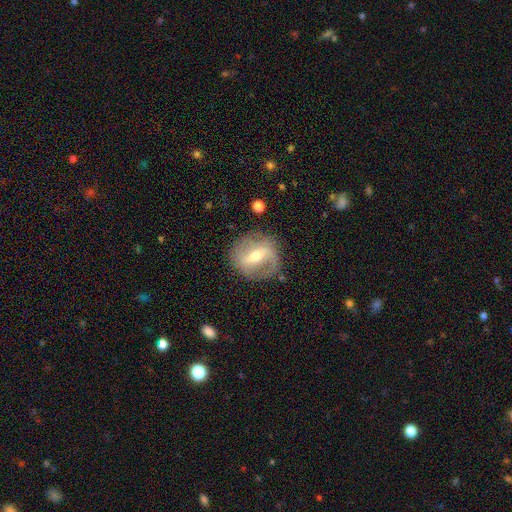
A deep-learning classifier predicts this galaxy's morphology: smooth_or_featured: featured or disk (p=0.74) [alt: smooth p=0.19]
disk_edge_on: no (p=0.94) [alt: yes p=0.06]
bar: strong (p=0.48) [alt: weak p=0.38]
has_spiral_arms: yes (p=0.77) [alt: no p=0.23]
spiral_winding: medium (p=0.41) [alt: loose p=0.36]
spiral_arm_count: 2 (p=0.75) [alt: 1 p=0.11]
bulge_size: moderate (p=0.61) [alt: small p=0.34]
merging: none (p=0.79) [alt: minor disturbance p=0.13]